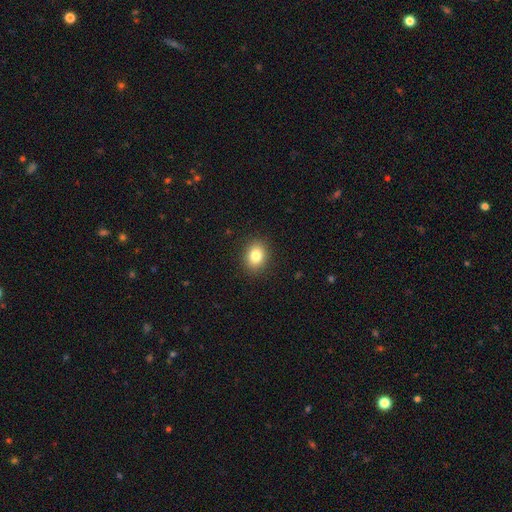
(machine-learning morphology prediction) type=smooth (82%); roundness=in between (54%); merging=none (89%).